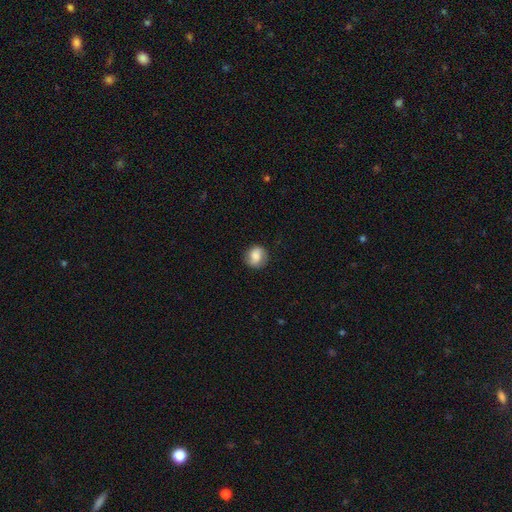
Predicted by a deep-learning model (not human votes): Morphology: type=smooth (74%); roundness=round (78%); merging=none (79%).